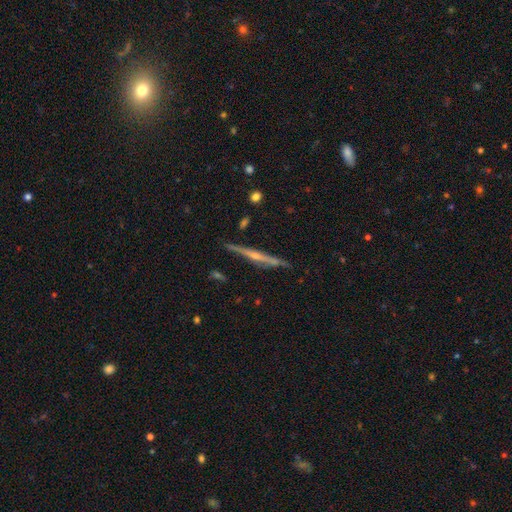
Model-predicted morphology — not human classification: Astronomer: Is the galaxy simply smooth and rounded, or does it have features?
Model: featured or disk — 81%.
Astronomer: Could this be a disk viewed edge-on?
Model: yes — 97%.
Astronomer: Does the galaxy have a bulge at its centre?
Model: rounded — 75%.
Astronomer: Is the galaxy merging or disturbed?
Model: none — 86%.